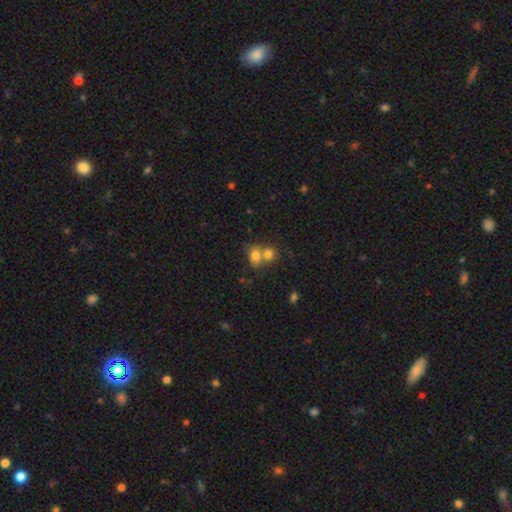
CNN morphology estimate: smooth 76%, featured or disk 13%, star or artifact 11%. Down the decision tree: how rounded — in between (52%); merging — merger (60%).